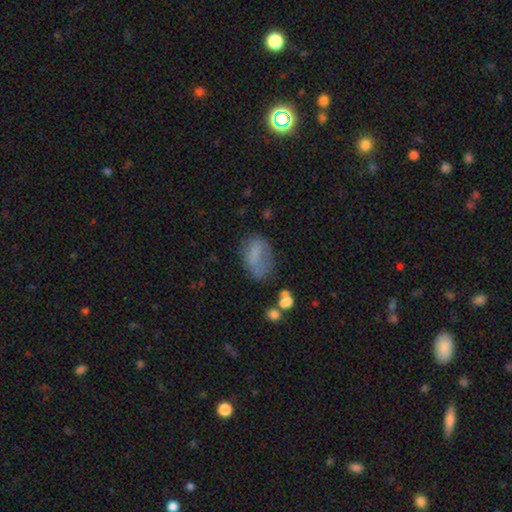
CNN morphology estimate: smooth_or_featured: smooth (p=0.69) [alt: featured or disk p=0.20]
how_rounded: in between (p=0.85) [alt: round p=0.12]
merging: none (p=0.46) [alt: minor disturbance p=0.29]